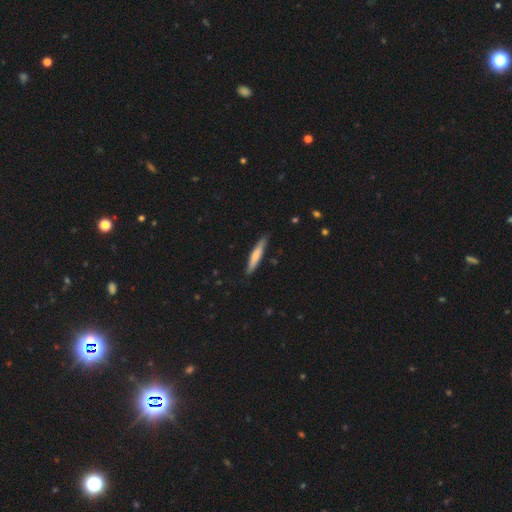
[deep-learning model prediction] This is likely a smooth galaxy (67%). How rounded: clearly cigar-shaped (92%). Merging: clearly none (86%).